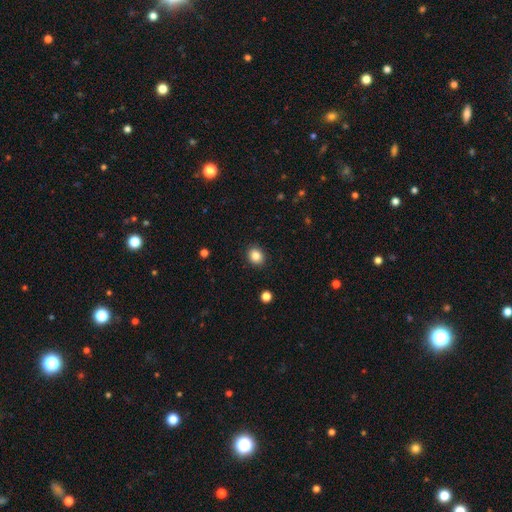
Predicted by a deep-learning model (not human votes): Smooth or featured?
  - smooth: 85% *
  - star or artifact: 10%
  - featured or disk: 5%
How rounded?
  - round: 64% *
  - in between: 36%
  - cigar-shaped: 1%
Merging?
  - none: 90% *
  - minor disturbance: 7%
  - major disturbance: 2%
  - merger: 1%